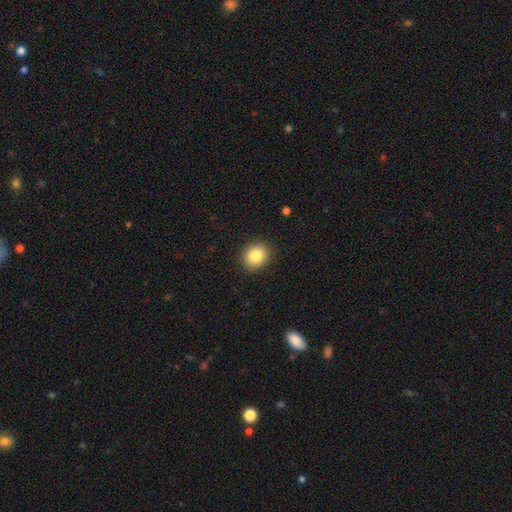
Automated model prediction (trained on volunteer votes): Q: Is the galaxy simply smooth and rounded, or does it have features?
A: smooth — 85%.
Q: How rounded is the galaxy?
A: round — 66%.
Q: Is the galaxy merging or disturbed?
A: none — 89%.